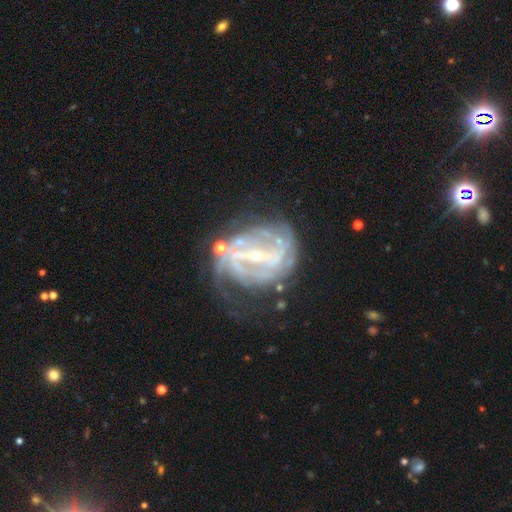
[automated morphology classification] Overall: featured or disk (87%). Edge-on disk: no (96%). Bar: strong (57%; weak 31%). Spiral arms: yes (86%). Spiral arm count: can't tell (35%, tied with 2). Spiral winding: tight (49%; medium 35%). Bulge size: small (76%). Merging: none (48%; minor disturbance 24%).